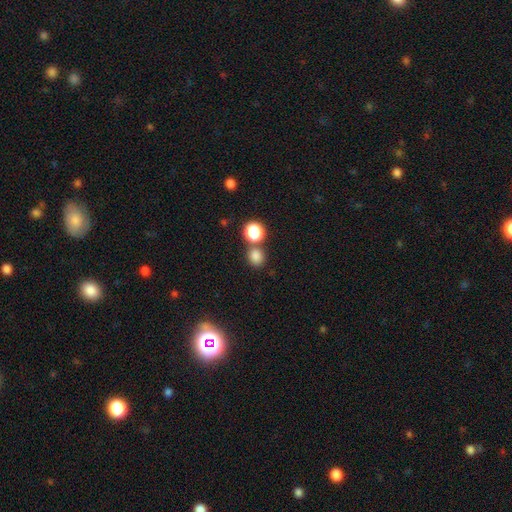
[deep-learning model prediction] Morphology: type=smooth (81%); roundness=round (78%); merging=none (66%).